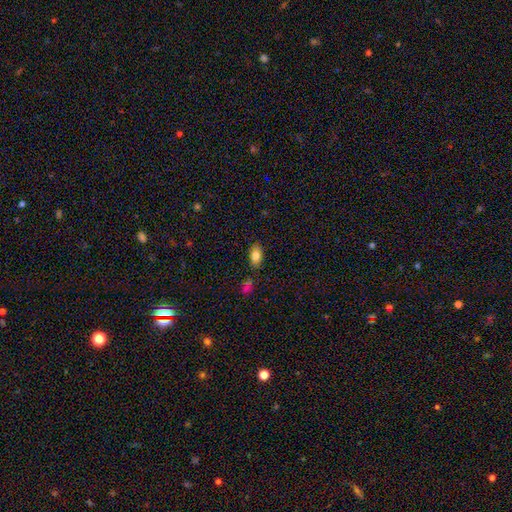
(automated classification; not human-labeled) Overall: smooth (82%). How rounded: in between (89%). Merging: none (81%).